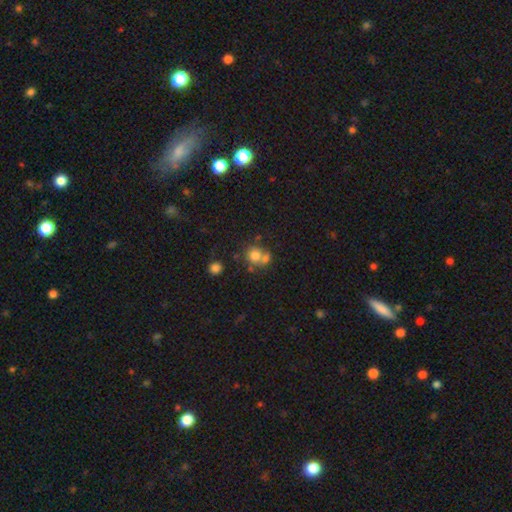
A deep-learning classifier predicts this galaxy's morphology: smooth 74%, featured or disk 13%, star or artifact 12%. Down the decision tree: how rounded — round (83%); merging — none (45%).